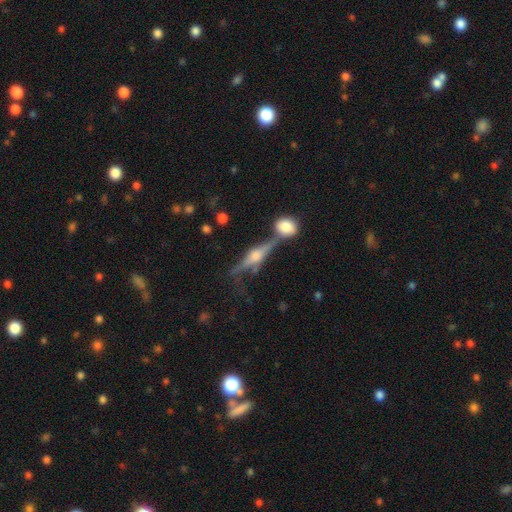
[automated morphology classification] This is likely a featured or disk galaxy (78%). It is clearly viewed edge-on (94%). Edge-on bulge: clearly rounded (91%). Merging: likely none (65%).